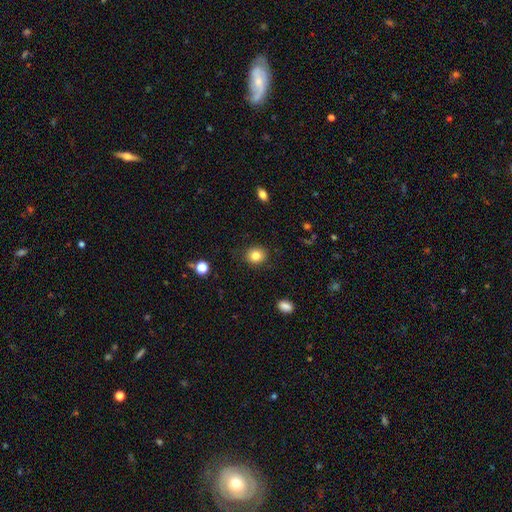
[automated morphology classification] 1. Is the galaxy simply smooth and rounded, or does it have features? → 82% smooth, 11% star or artifact, 7% featured or disk.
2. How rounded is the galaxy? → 77% round, 22% in between, 1% cigar-shaped.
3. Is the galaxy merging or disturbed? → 88% none, 8% minor disturbance, 2% major disturbance, 1% merger.